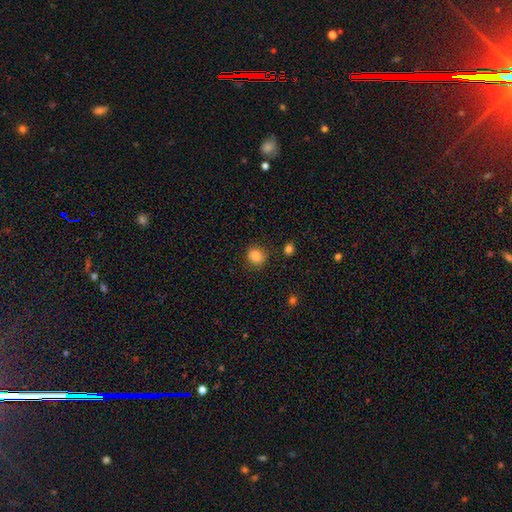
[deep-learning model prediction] smooth-or-featured: smooth: 85% | star or artifact: 10% | featured or disk: 5%
  how-rounded: round: 77% | in between: 22% | cigar-shaped: 1%
  merging: none: 80% | minor disturbance: 14% | major disturbance: 4% | merger: 3%